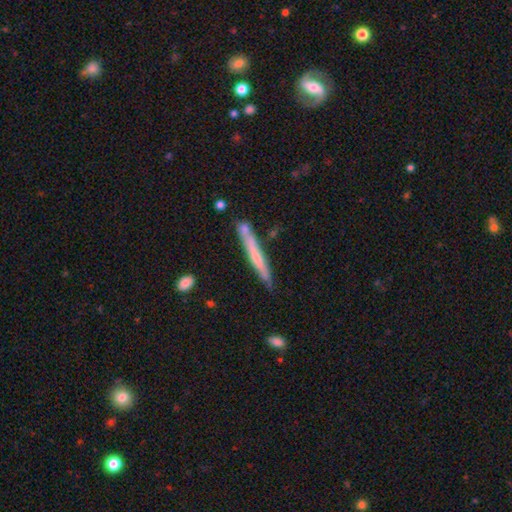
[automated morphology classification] This appears to be a smooth galaxy with no disk features (47%, tied with featured or disk). Merging: none (73%).